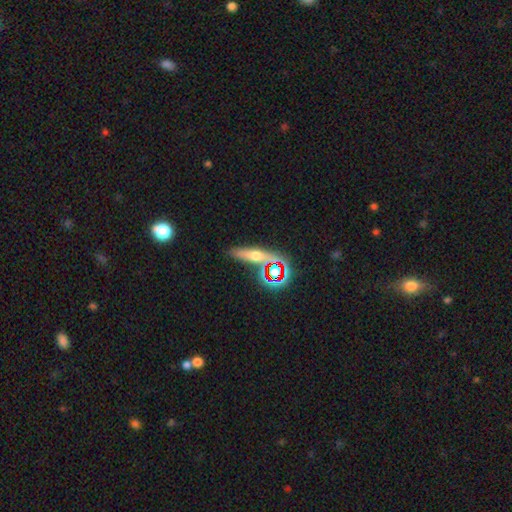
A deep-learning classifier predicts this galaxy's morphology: smooth_or_featured: smooth (p=0.38) [alt: featured or disk p=0.36]
merging: none (p=0.78) [alt: minor disturbance p=0.11]